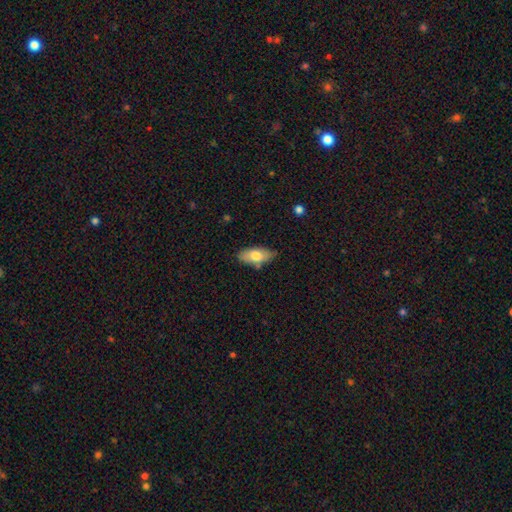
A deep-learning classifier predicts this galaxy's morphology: type=smooth (73%); roundness=in between (89%); merging=none (76%).